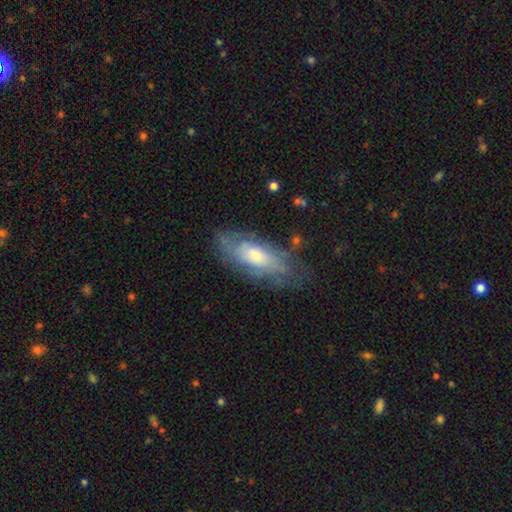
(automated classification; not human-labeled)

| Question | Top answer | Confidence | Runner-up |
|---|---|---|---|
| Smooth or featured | featured or disk | 53% | smooth (40%) |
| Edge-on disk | no | 82% | yes (18%) |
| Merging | none | 66% | minor disturbance (22%) |